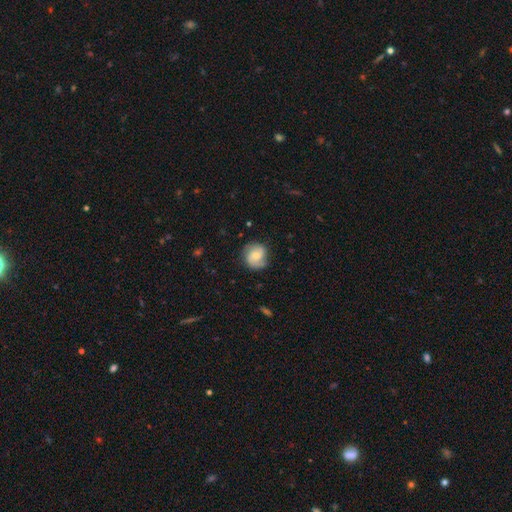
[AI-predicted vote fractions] smooth_or_featured: featured or disk (p=0.54) [alt: smooth p=0.38]
disk_edge_on: no (p=0.98) [alt: yes p=0.02]
bar: no (p=0.60) [alt: weak p=0.34]
has_spiral_arms: yes (p=0.89) [alt: no p=0.11]
bulge_size: moderate (p=0.52) [alt: small p=0.41]
merging: none (p=0.79) [alt: minor disturbance p=0.16]